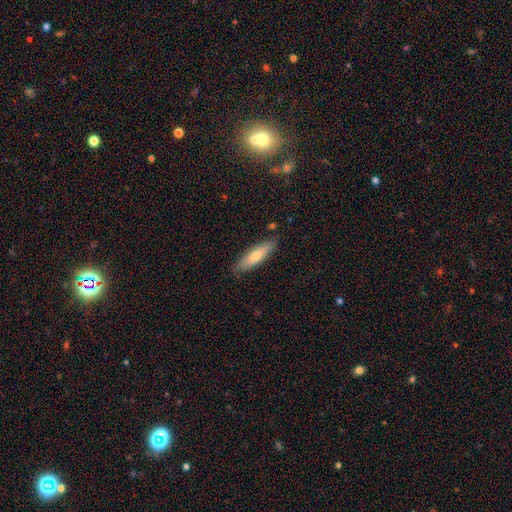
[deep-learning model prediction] Morphology: type=smooth (63%); roundness=cigar-shaped (66%); merging=none (84%).